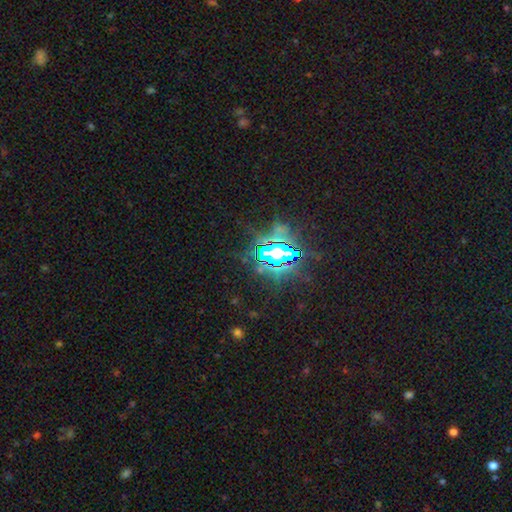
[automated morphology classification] Overall: star or artifact (84%).